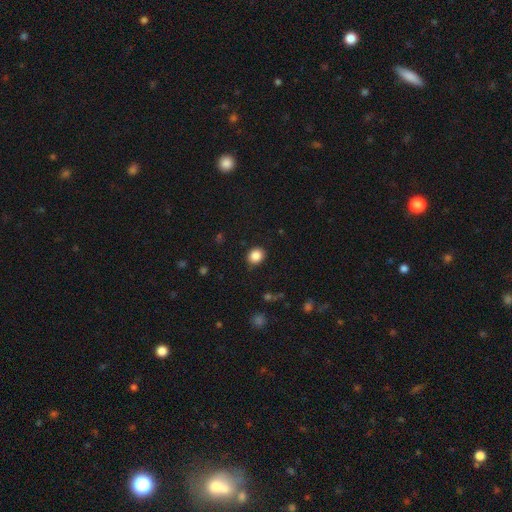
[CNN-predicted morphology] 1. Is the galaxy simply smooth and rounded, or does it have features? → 86% smooth, 10% star or artifact, 4% featured or disk.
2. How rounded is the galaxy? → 66% round, 33% in between, 1% cigar-shaped.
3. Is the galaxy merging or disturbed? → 86% none, 10% minor disturbance, 3% major disturbance, 1% merger.